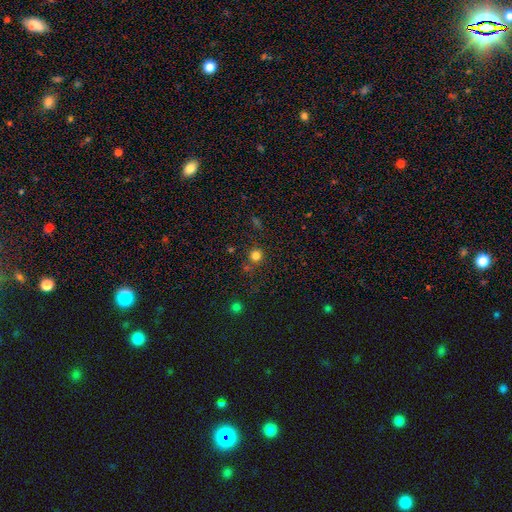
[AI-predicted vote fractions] smooth_or_featured: smooth (p=0.78) [alt: star or artifact p=0.17]
how_rounded: round (p=0.91) [alt: in between p=0.08]
merging: none (p=0.78) [alt: minor disturbance p=0.10]